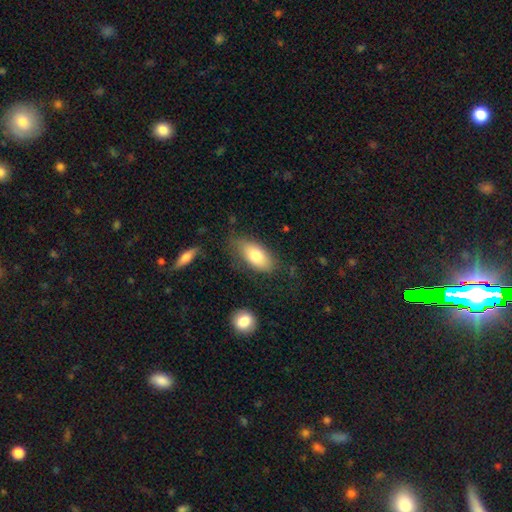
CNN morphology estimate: Smooth or featured: smooth — 76% (featured or disk — 18%)
How rounded: in between — 89% (cigar-shaped — 7%)
Merging: none — 69% (minor disturbance — 21%)